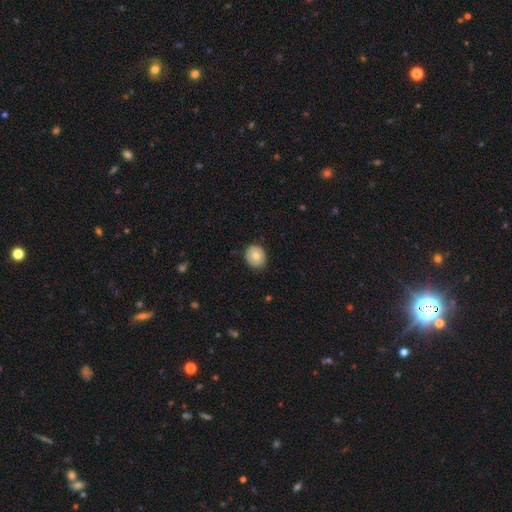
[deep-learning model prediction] smooth_or_featured: smooth (p=0.72) [alt: featured or disk p=0.21]
how_rounded: round (p=0.75) [alt: in between p=0.24]
merging: none (p=0.85) [alt: minor disturbance p=0.12]